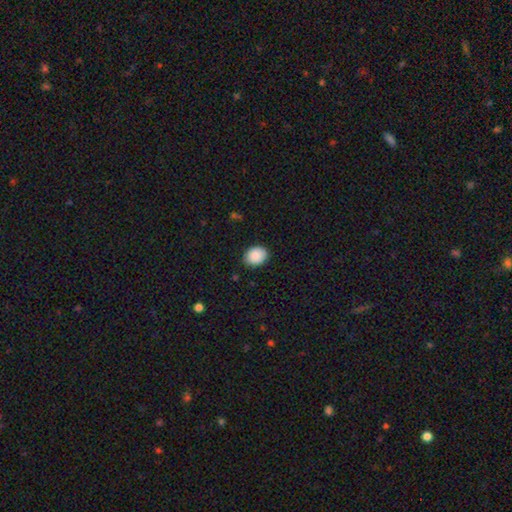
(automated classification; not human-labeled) Smooth or featured?
  - smooth: 89% *
  - star or artifact: 7%
  - featured or disk: 3%
How rounded?
  - in between: 54% *
  - round: 45%
  - cigar-shaped: 1%
Merging?
  - none: 85% *
  - minor disturbance: 11%
  - major disturbance: 2%
  - merger: 1%